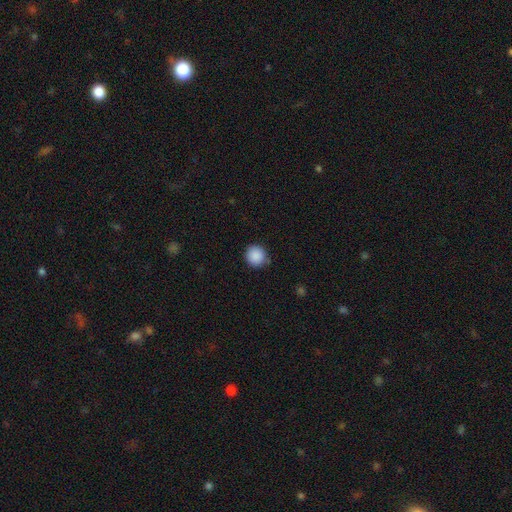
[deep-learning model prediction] Smooth or featured? Predicted: smooth (p=0.89). How rounded? Predicted: round (p=0.94). Merging? Predicted: none (p=0.86).